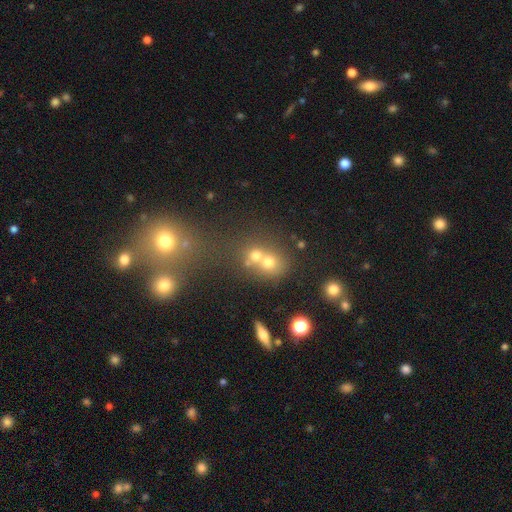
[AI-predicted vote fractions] Q: Smooth or featured?
A: smooth (65%); runner-up: star or artifact (19%)
Q: How rounded?
A: round (77%); runner-up: in between (21%)
Q: Merging?
A: merger (57%); runner-up: none (33%)